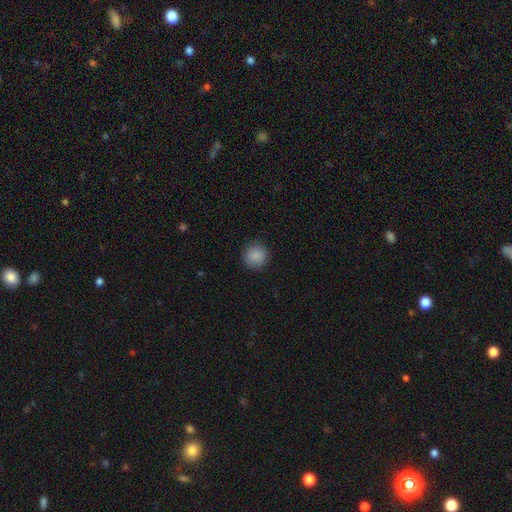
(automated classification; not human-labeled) This is clearly a smooth galaxy (88%). How rounded: clearly round (94%). Merging: clearly none (91%).